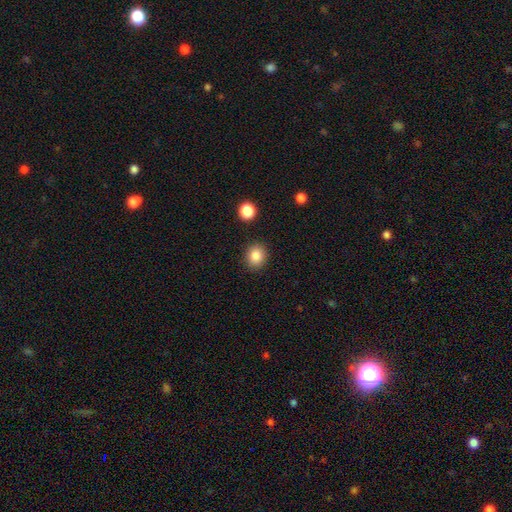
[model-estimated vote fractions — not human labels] Overall: smooth (84%). How rounded: round (72%). Merging: none (89%).